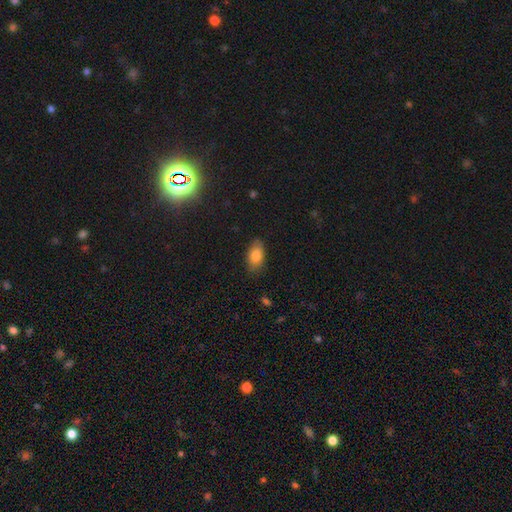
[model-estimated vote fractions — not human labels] smooth-or-featured: smooth: 83% | featured or disk: 9% | star or artifact: 8%
  how-rounded: in between: 91% | round: 6% | cigar-shaped: 3%
  merging: none: 83% | minor disturbance: 14% | major disturbance: 3% | merger: 1%